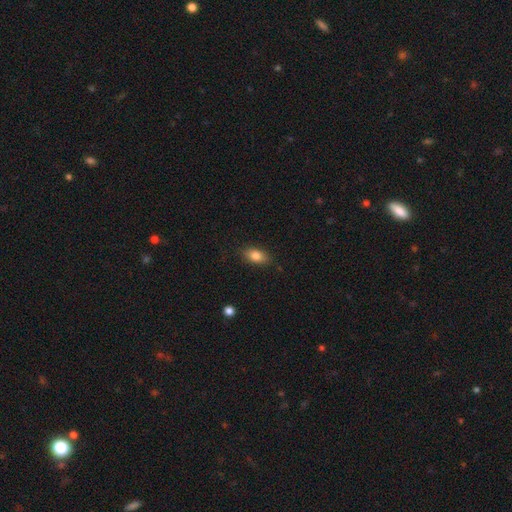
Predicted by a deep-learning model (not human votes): Smooth or featured?
  - smooth: 82% *
  - featured or disk: 10%
  - star or artifact: 8%
How rounded?
  - in between: 87% *
  - round: 7%
  - cigar-shaped: 6%
Merging?
  - none: 85% *
  - minor disturbance: 11%
  - major disturbance: 3%
  - merger: 1%